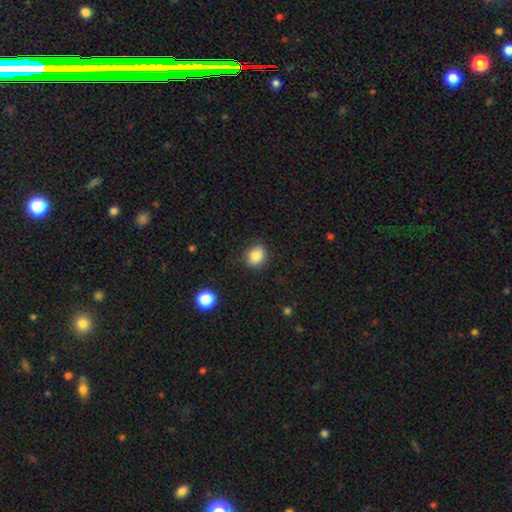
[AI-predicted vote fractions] smooth_or_featured: smooth (p=0.84) [alt: star or artifact p=0.10]
how_rounded: round (p=0.59) [alt: in between p=0.40]
merging: none (p=0.84) [alt: minor disturbance p=0.12]